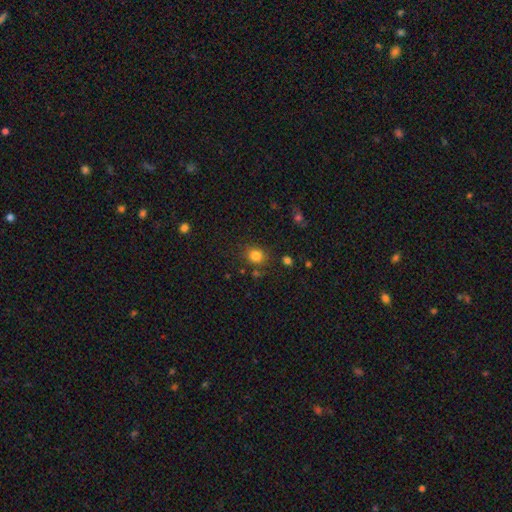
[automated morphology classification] This is clearly a smooth galaxy (82%). How rounded: likely round (74%). Merging: likely none (80%).